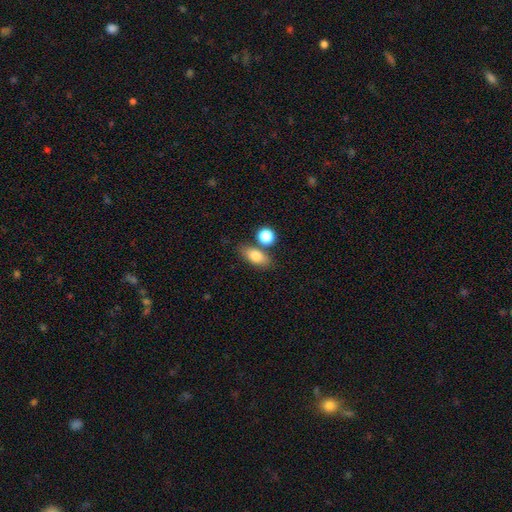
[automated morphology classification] Smooth or featured? Predicted: smooth (p=0.80). How rounded? Predicted: in between (p=0.80). Merging? Predicted: none (p=0.68).